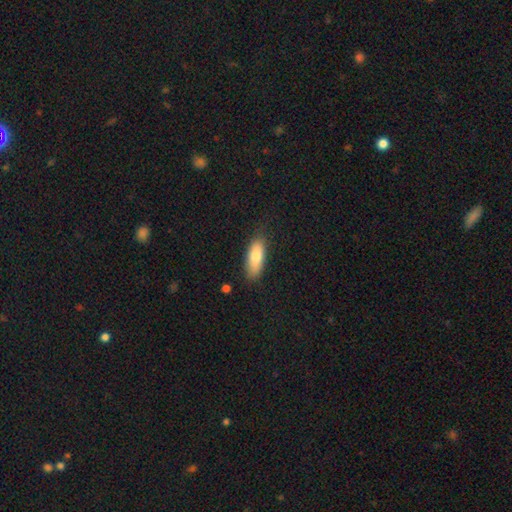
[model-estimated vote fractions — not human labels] smooth-or-featured: smooth: 77% | featured or disk: 16% | star or artifact: 7%
  how-rounded: in between: 70% | cigar-shaped: 28% | round: 2%
  merging: none: 79% | minor disturbance: 16% | major disturbance: 4% | merger: 2%